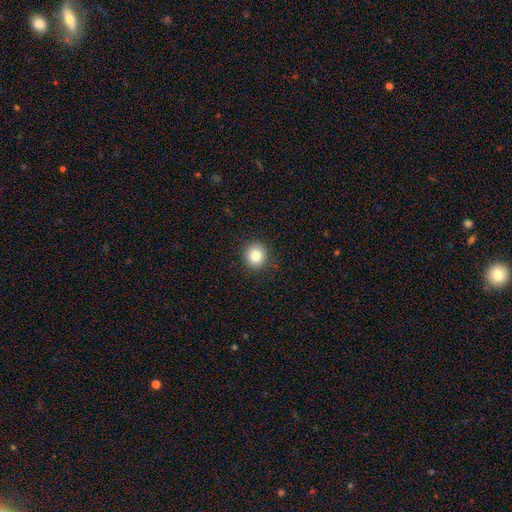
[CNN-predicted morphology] This appears to be a smooth galaxy with no disk features (83%) that is round (89%). Merging: none (89%).